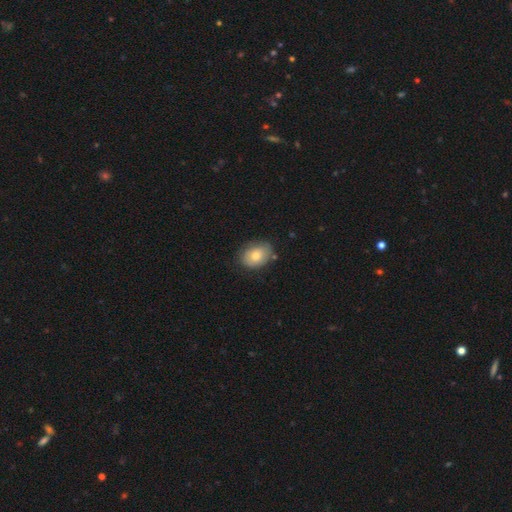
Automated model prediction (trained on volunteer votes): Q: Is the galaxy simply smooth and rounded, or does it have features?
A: smooth — 77%.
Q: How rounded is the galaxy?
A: in between — 69%.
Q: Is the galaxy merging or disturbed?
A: none — 75%.